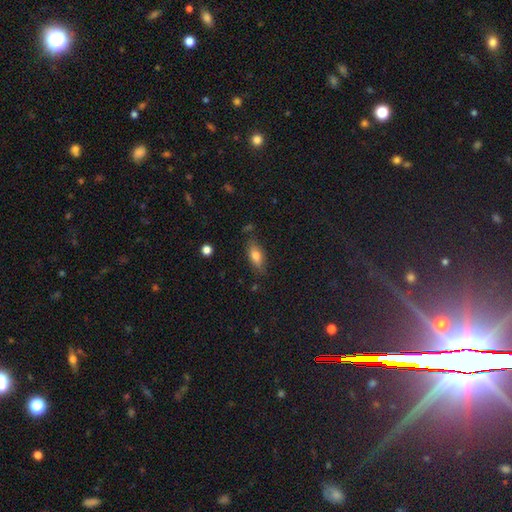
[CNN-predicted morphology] smooth 74%, featured or disk 17%, star or artifact 9%. Down the decision tree: how rounded — in between (80%); merging — none (76%).